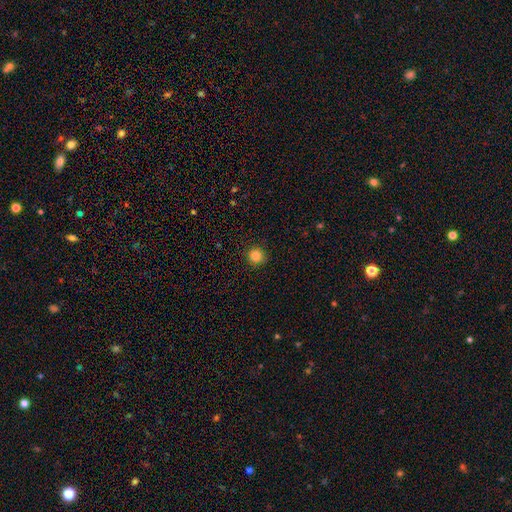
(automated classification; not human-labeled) smooth-or-featured: smooth: 84% | star or artifact: 12% | featured or disk: 4%
  how-rounded: round: 94% | in between: 5% | cigar-shaped: 1%
  merging: none: 91% | minor disturbance: 6% | major disturbance: 2% | merger: 1%